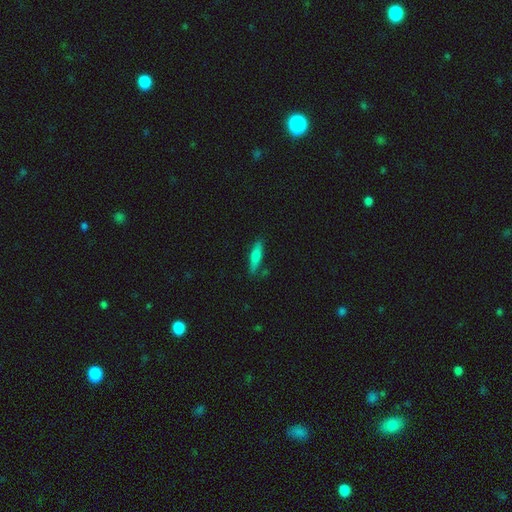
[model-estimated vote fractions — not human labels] This appears to be a smooth galaxy with no disk features (66%) that is cigar-shaped (74%). Merging: none (82%).